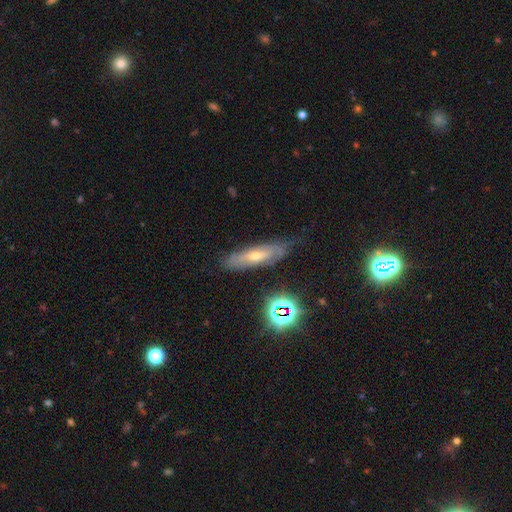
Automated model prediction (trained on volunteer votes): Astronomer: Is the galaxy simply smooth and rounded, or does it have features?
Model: featured or disk — 54% (runner-up: smooth, 30%).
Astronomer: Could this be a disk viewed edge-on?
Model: no — 62% (runner-up: yes, 38%).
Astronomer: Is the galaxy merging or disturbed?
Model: none — 67%.